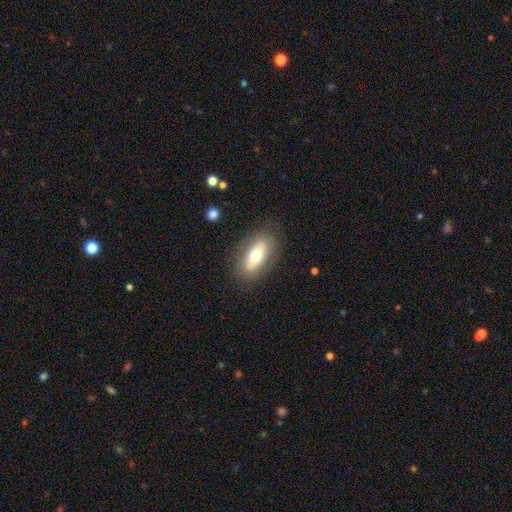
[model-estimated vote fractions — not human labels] Morphology: type=smooth (62%); roundness=in between (85%); merging=none (83%).